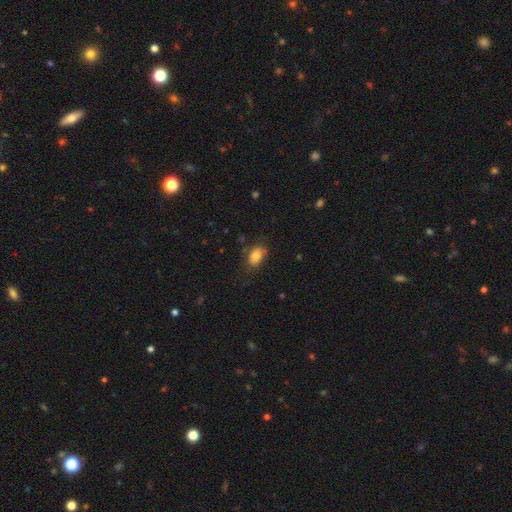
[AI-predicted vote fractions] Smooth or featured? Predicted: smooth (p=0.81). How rounded? Predicted: in between (p=0.84). Merging? Predicted: none (p=0.70).